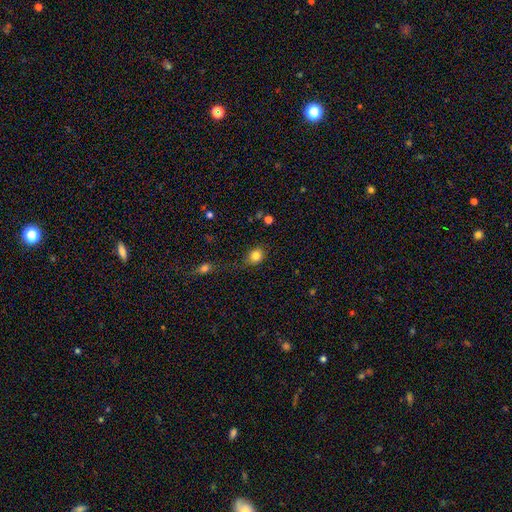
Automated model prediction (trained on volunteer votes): Q: Smooth or featured?
A: smooth (83%); runner-up: star or artifact (10%)
Q: How rounded?
A: round (55%); runner-up: in between (43%)
Q: Merging?
A: none (69%); runner-up: minor disturbance (18%)